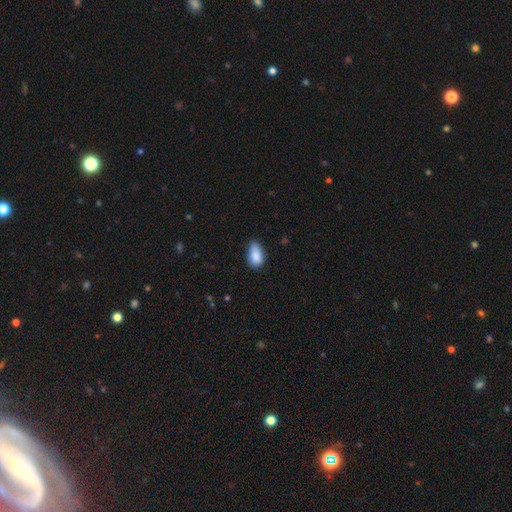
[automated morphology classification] smooth 87%, star or artifact 8%, featured or disk 6%. Down the decision tree: how rounded — in between (91%); merging — none (57%).